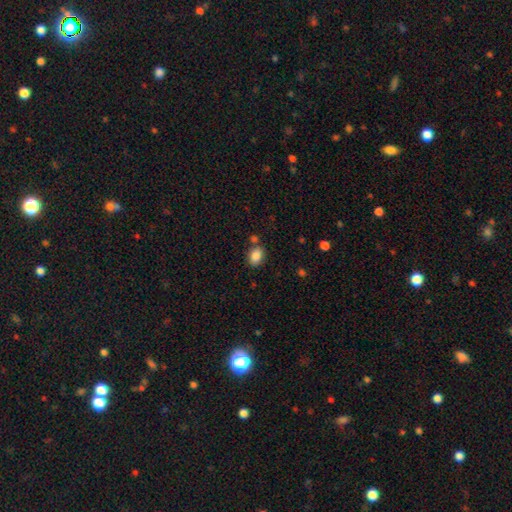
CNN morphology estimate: smooth_or_featured: smooth (p=0.86) [alt: star or artifact p=0.09]
how_rounded: in between (p=0.71) [alt: round p=0.27]
merging: none (p=0.72) [alt: minor disturbance p=0.13]